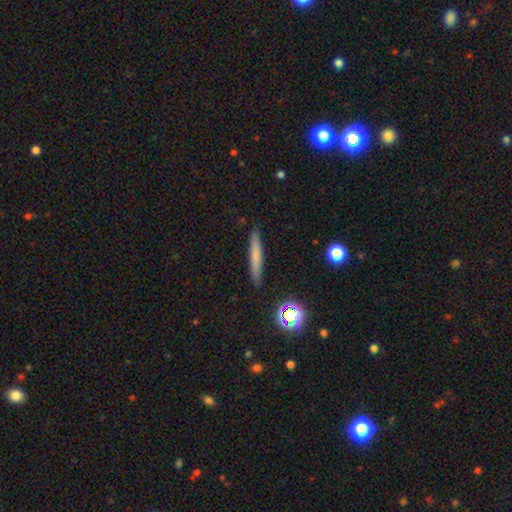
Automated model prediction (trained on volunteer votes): The model was most divided on "smooth or featured": smooth: 67%, featured or disk: 23%, star or artifact: 10%. More confident: how rounded — cigar-shaped (94%); merging — none (89%).